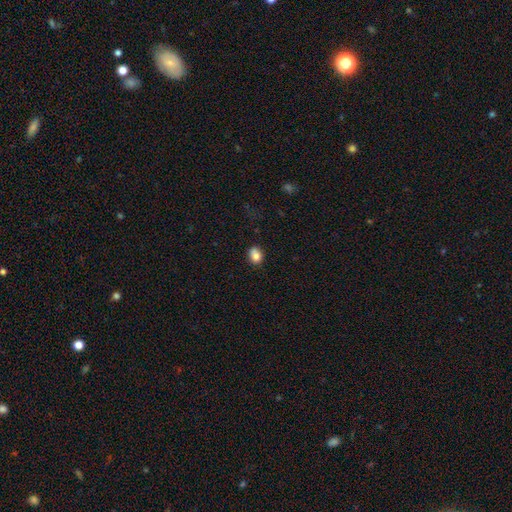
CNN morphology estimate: Q: Smooth or featured?
A: smooth (81%); runner-up: star or artifact (10%)
Q: How rounded?
A: round (50%); runner-up: in between (49%)
Q: Merging?
A: none (65%); runner-up: minor disturbance (21%)